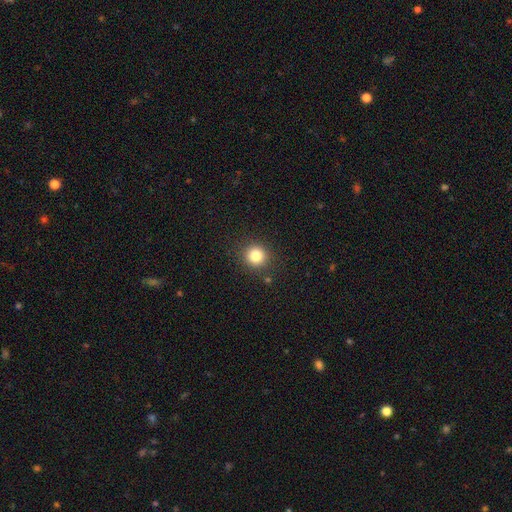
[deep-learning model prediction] This is clearly a smooth galaxy (81%). How rounded: clearly round (92%). Merging: clearly none (89%).